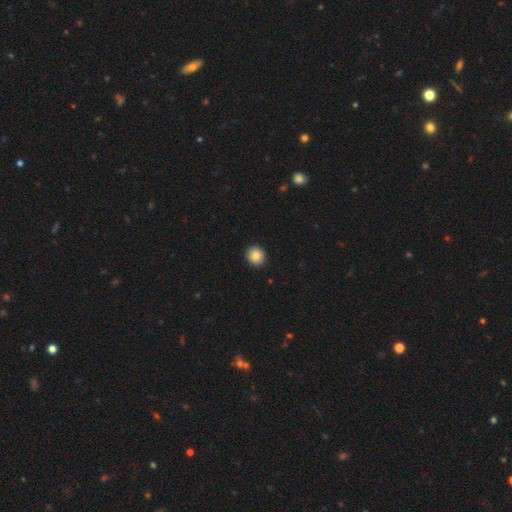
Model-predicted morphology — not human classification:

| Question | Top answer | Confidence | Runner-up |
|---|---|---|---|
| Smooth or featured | smooth | 85% | star or artifact (9%) |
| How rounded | round | 84% | in between (15%) |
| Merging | none | 92% | minor disturbance (5%) |